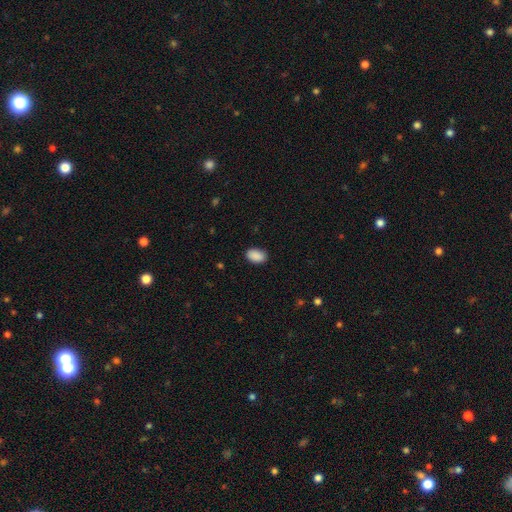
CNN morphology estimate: This is clearly a smooth galaxy (91%). How rounded: clearly in between (90%). Merging: clearly none (88%).